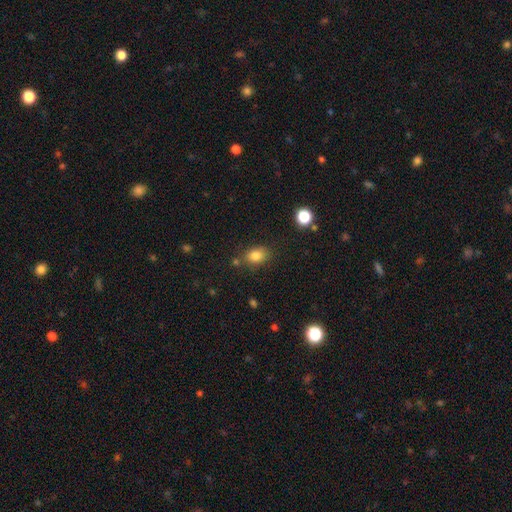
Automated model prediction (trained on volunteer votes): The model was most divided on "how rounded": in between: 67%, round: 32%, cigar-shaped: 1%. More confident: smooth or featured — smooth (82%); merging — none (76%).